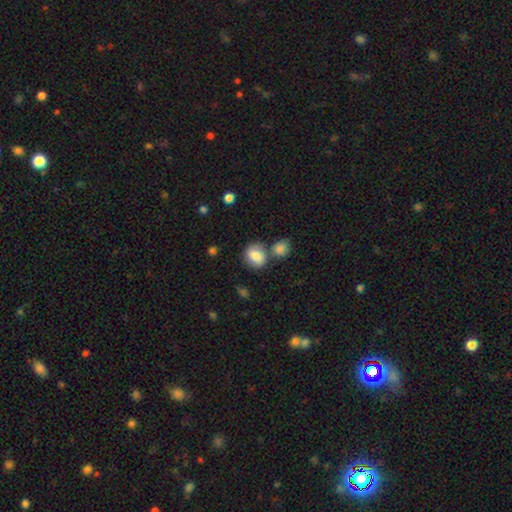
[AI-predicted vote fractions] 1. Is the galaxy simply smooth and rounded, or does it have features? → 80% smooth, 12% featured or disk, 8% star or artifact.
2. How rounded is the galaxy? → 51% round, 47% in between, 1% cigar-shaped.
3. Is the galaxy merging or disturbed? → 59% none, 22% merger, 14% minor disturbance, 4% major disturbance.